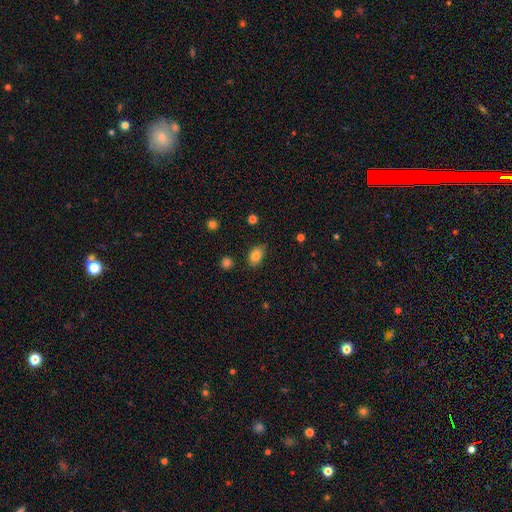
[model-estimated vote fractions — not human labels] This is clearly a smooth galaxy (82%). How rounded: clearly in between (82%). Merging: likely none (77%).